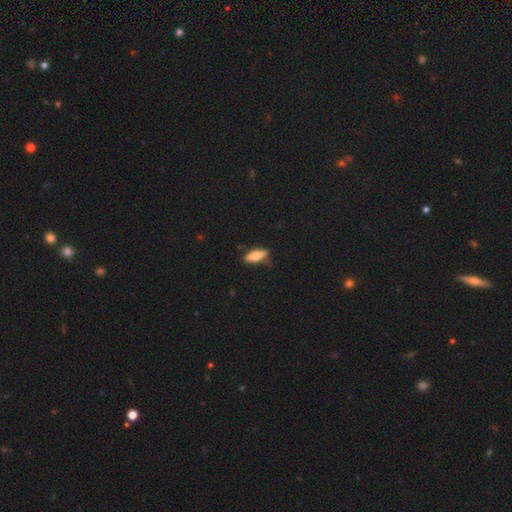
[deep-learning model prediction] Smooth or featured? Predicted: smooth (p=0.68). How rounded? Predicted: in between (p=0.62). Merging? Predicted: none (p=0.75).